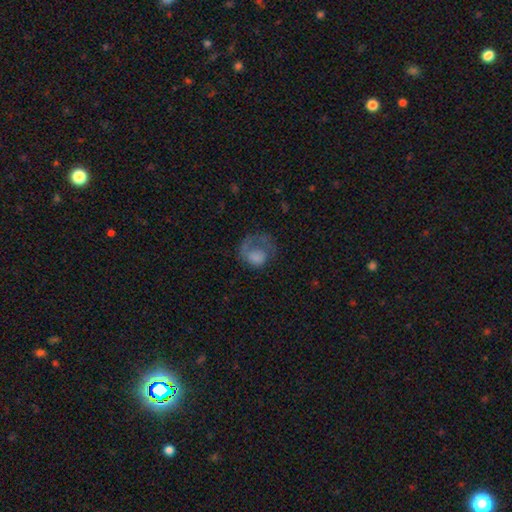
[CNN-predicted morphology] type=smooth (54%); roundness=round (66%); merging=major disturbance (51%).